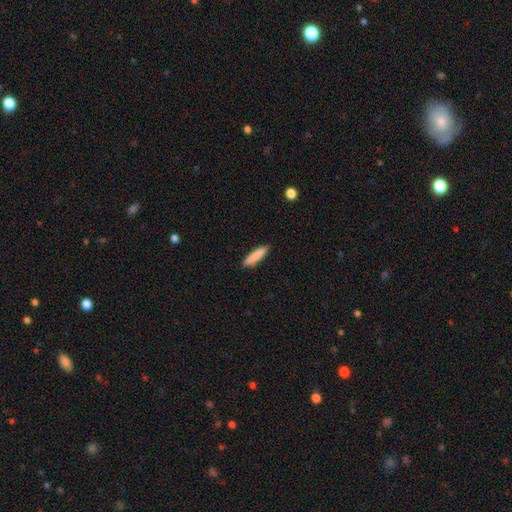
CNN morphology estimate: Q: Smooth or featured?
A: smooth (85%); runner-up: featured or disk (9%)
Q: How rounded?
A: cigar-shaped (82%); runner-up: in between (17%)
Q: Merging?
A: none (89%); runner-up: minor disturbance (8%)